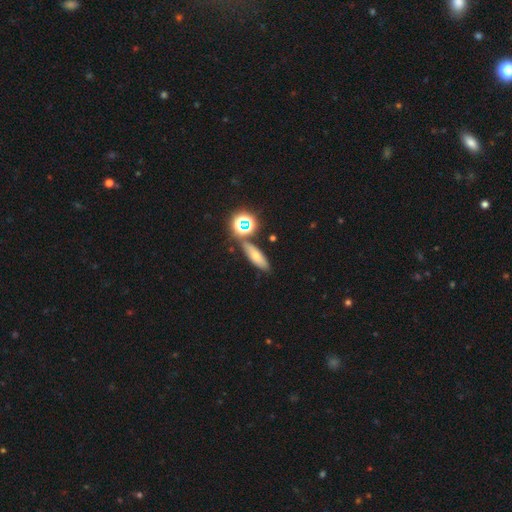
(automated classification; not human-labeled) A smooth galaxy with no disk features (59%) that is in between round and cigar-shaped (50%).

Vote fractions:
- Smooth or featured? smooth: 59% / star or artifact: 20% / featured or disk: 20%
- How rounded? in between: 50% / cigar-shaped: 39% / round: 12%
- Merging? none: 77% / minor disturbance: 11% / merger: 9% / major disturbance: 3%